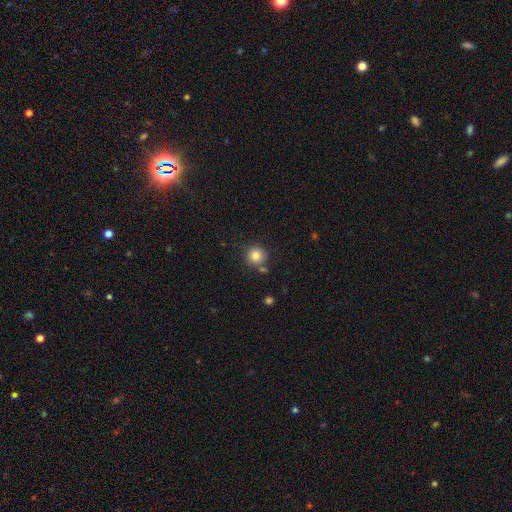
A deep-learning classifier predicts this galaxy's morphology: The model was most divided on "merging": none: 78%, merger: 10%, minor disturbance: 9%, major disturbance: 3%. More confident: how rounded — round (94%); smooth or featured — smooth (82%).